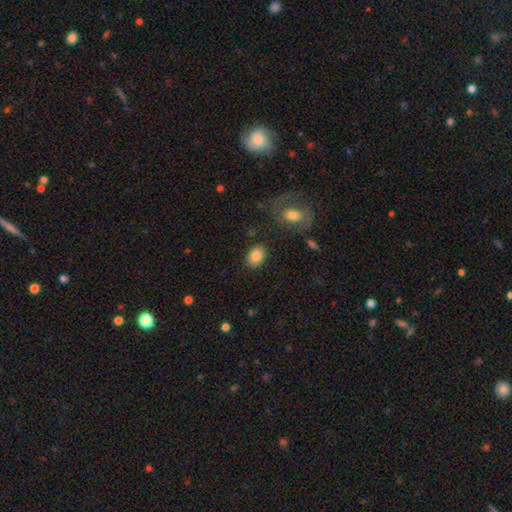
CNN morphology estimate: Overall: smooth (85%). How rounded: in between (79%). Merging: none (85%).